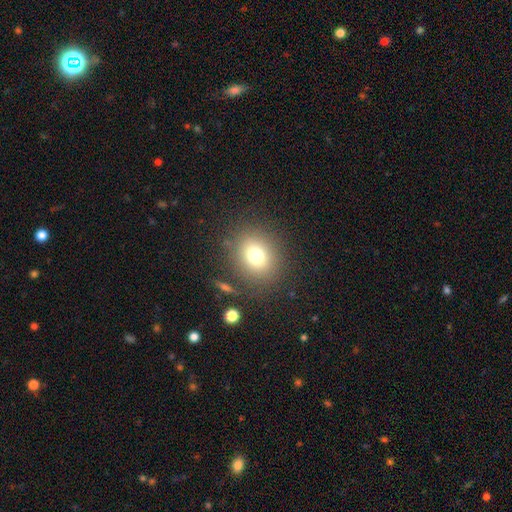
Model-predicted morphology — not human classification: Smooth or featured? smooth (74%)
How rounded? round (73%)
Merging? none (83%)